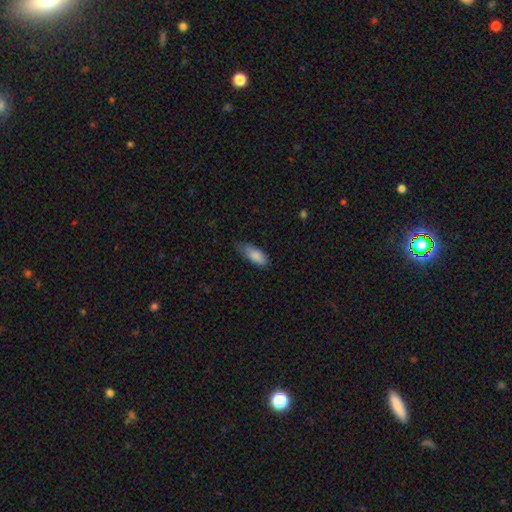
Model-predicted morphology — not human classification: This appears to be a smooth galaxy with no disk features (85%) that is in between round and cigar-shaped (80%). Merging: none (54%).